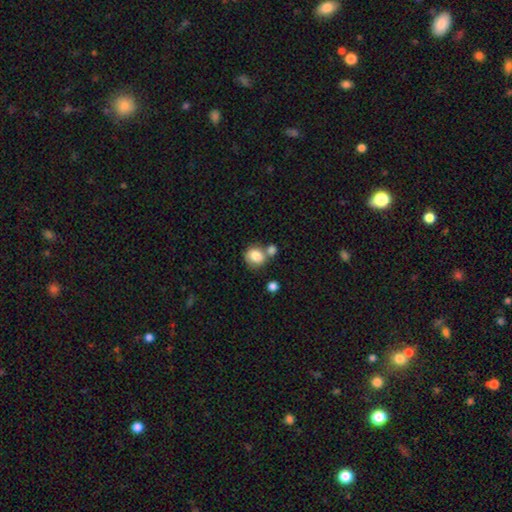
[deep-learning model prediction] The model was most divided on "merging": none: 48%, merger: 35%, minor disturbance: 13%, major disturbance: 5%. More confident: smooth or featured — smooth (83%); how rounded — round (73%).